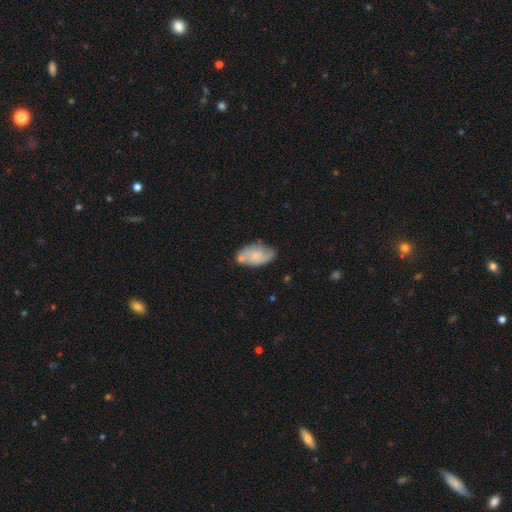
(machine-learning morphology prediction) Smooth or featured? smooth (54%)
How rounded? in between (93%)
Merging? none (55%)